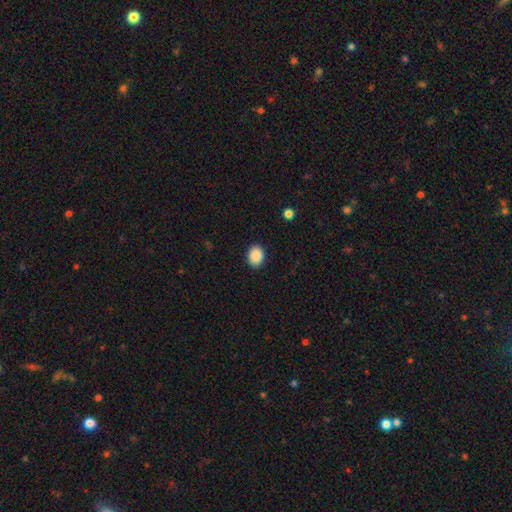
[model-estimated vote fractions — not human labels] Morphology: type=smooth (89%); roundness=in between (61%); merging=none (90%).